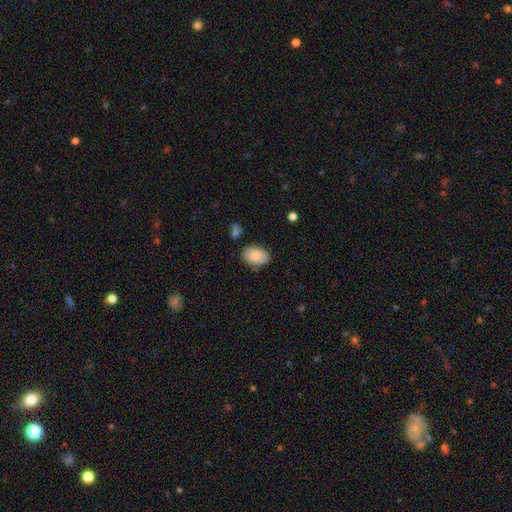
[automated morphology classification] Smooth or featured? Predicted: smooth (p=0.83). How rounded? Predicted: in between (p=0.87). Merging? Predicted: none (p=0.77).